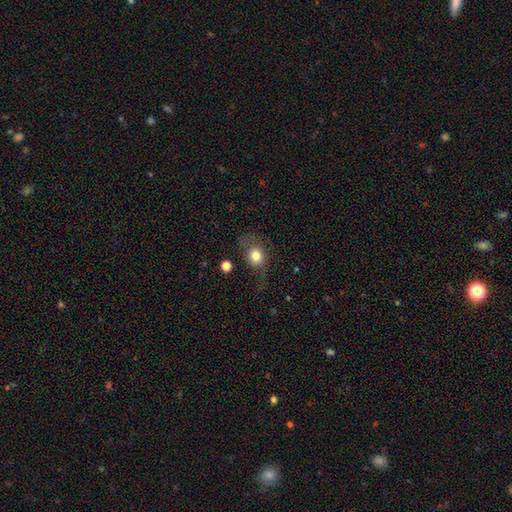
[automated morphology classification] Smooth or featured?
  - smooth: 76% *
  - featured or disk: 14%
  - star or artifact: 10%
How rounded?
  - round: 64% *
  - in between: 35%
  - cigar-shaped: 1%
Merging?
  - none: 51% *
  - minor disturbance: 23%
  - major disturbance: 23%
  - merger: 3%